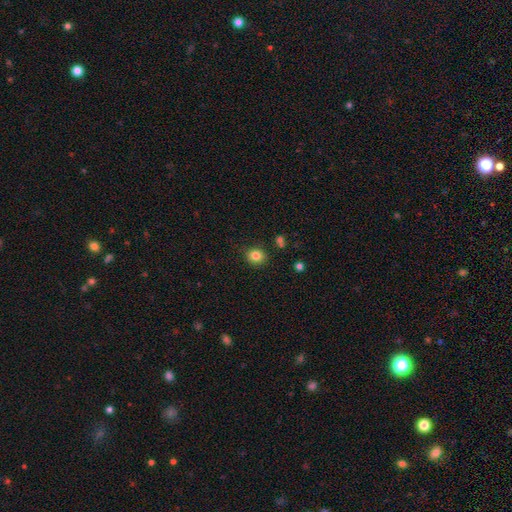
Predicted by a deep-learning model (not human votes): This is clearly a smooth galaxy (83%). How rounded: likely round (70%). Merging: clearly none (85%).